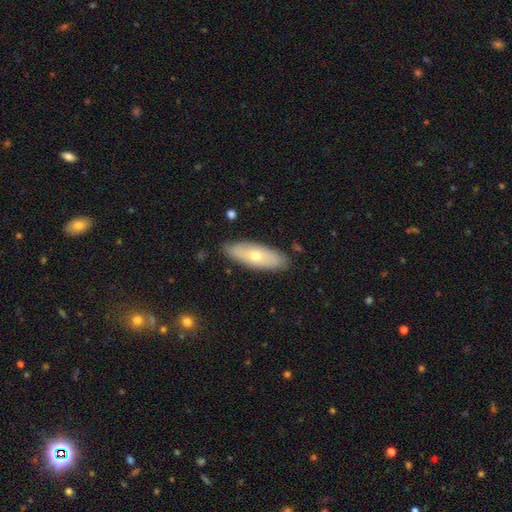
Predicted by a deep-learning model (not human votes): Morphology: type=smooth (54%); roundness=in between (65%); merging=none (85%).